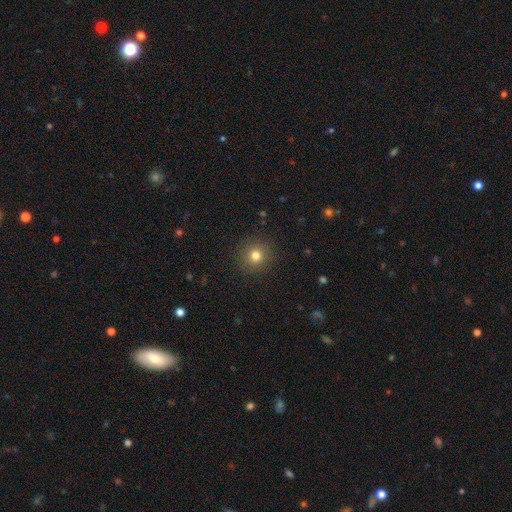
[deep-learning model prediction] A smooth galaxy with no disk features (78%) that is round (93%). Merging: none (91%).